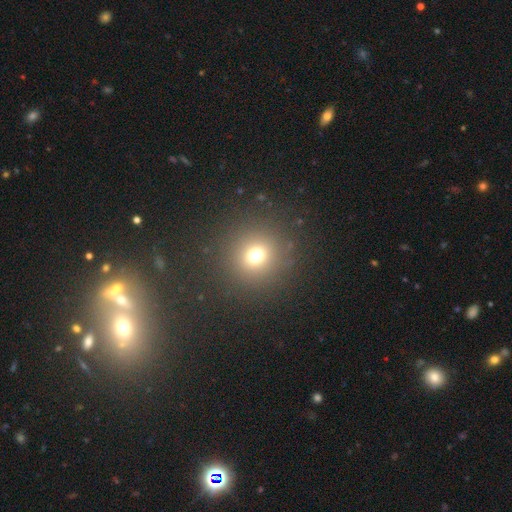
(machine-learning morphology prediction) This is likely a smooth galaxy (70%). How rounded: clearly round (92%). Merging: clearly none (88%).